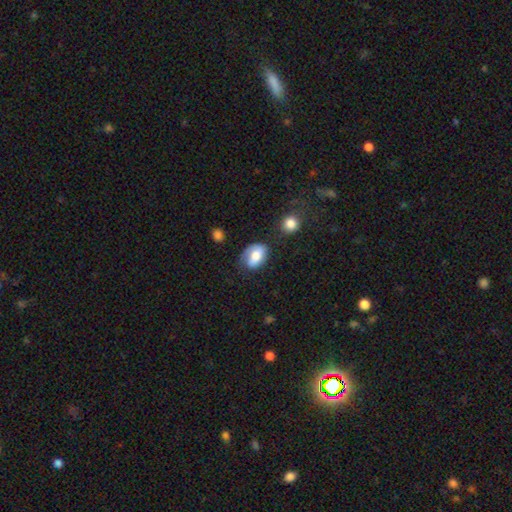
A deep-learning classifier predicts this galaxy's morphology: Overall: smooth (65%; featured or disk 28%). How rounded: in between (83%). Merging: none (52%; minor disturbance 29%).